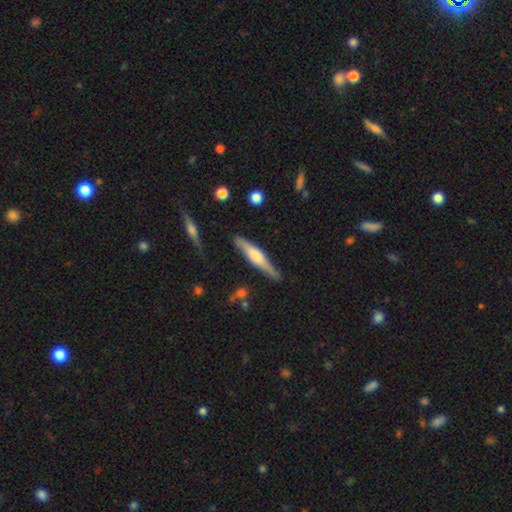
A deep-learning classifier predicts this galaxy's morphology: type=featured or disk (62%); edge-on=yes (96%); edge-on bulge=rounded (68%); merging=none (84%).